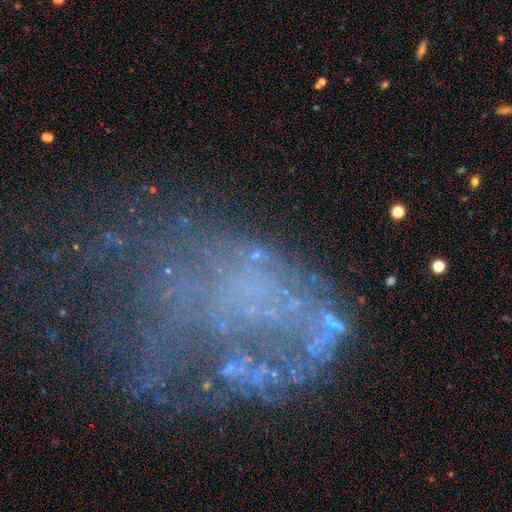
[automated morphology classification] Smooth or featured?
  - star or artifact: 53% *
  - featured or disk: 27%
  - smooth: 19%